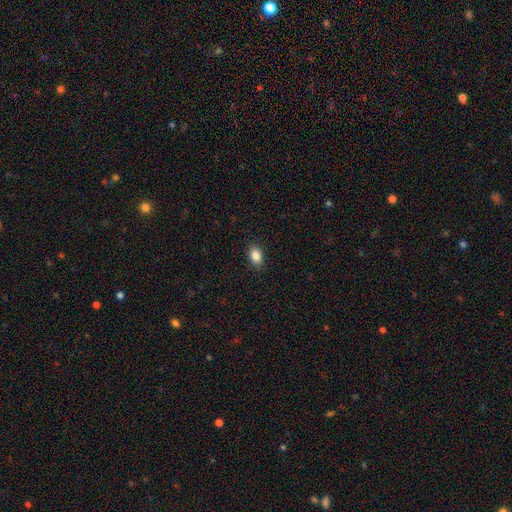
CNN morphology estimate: Smooth or featured: smooth — 86% (star or artifact — 9%)
How rounded: in between — 86% (round — 12%)
Merging: none — 89% (minor disturbance — 8%)